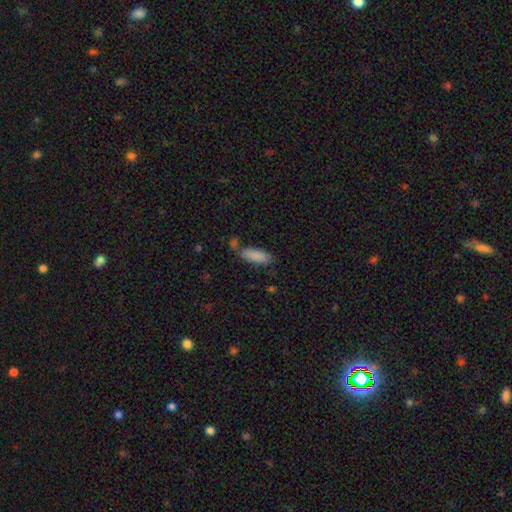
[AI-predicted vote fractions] Smooth or featured? Predicted: smooth (p=0.88). How rounded? Predicted: in between (p=0.79). Merging? Predicted: none (p=0.68).